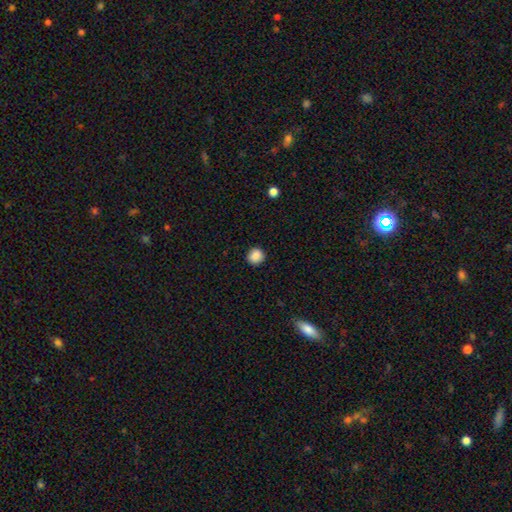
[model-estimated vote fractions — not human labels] Smooth or featured: smooth — 87% (star or artifact — 9%)
How rounded: round — 84% (in between — 15%)
Merging: none — 89% (minor disturbance — 8%)